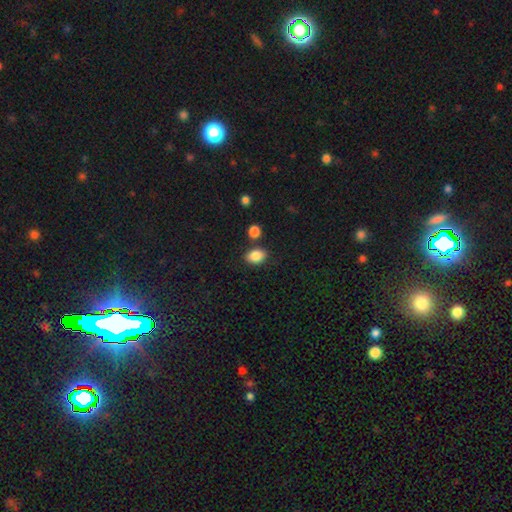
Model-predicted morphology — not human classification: smooth_or_featured: smooth (p=0.86) [alt: star or artifact p=0.09]
how_rounded: in between (p=0.75) [alt: round p=0.24]
merging: none (p=0.78) [alt: minor disturbance p=0.11]